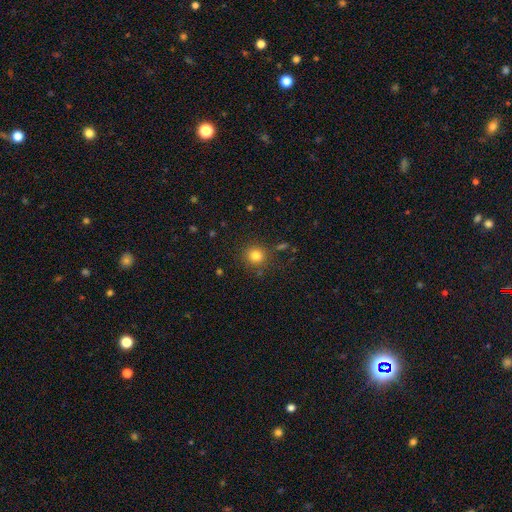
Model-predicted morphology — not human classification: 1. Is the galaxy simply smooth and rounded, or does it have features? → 80% smooth, 14% star or artifact, 6% featured or disk.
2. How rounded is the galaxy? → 91% round, 8% in between, 1% cigar-shaped.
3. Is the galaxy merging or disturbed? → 86% none, 8% minor disturbance, 3% major disturbance, 3% merger.